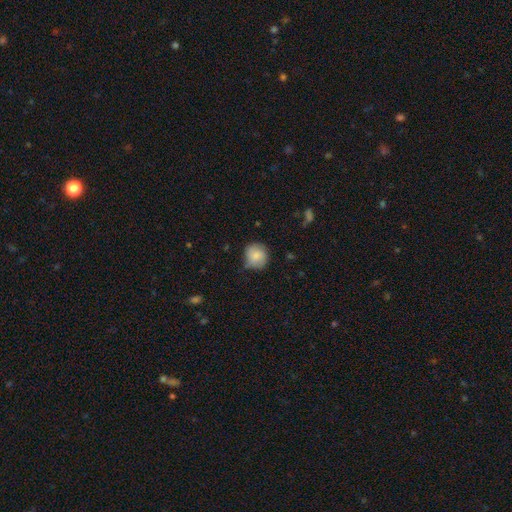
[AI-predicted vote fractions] This appears to be a smooth galaxy with no disk features (78%) that is round (87%). Merging: none (67%).